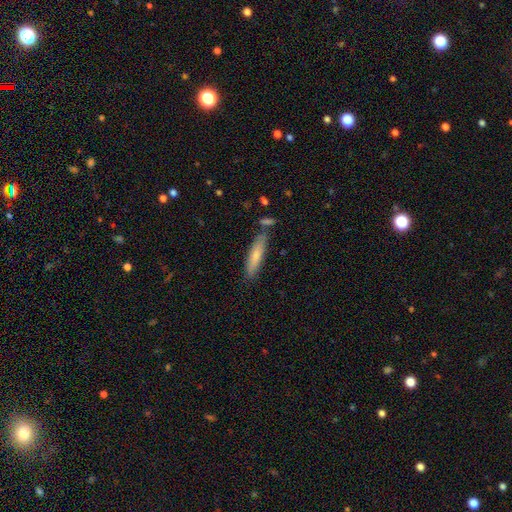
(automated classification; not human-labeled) smooth 71%, featured or disk 23%, star or artifact 6%. Down the decision tree: how rounded — cigar-shaped (79%); merging — none (76%).